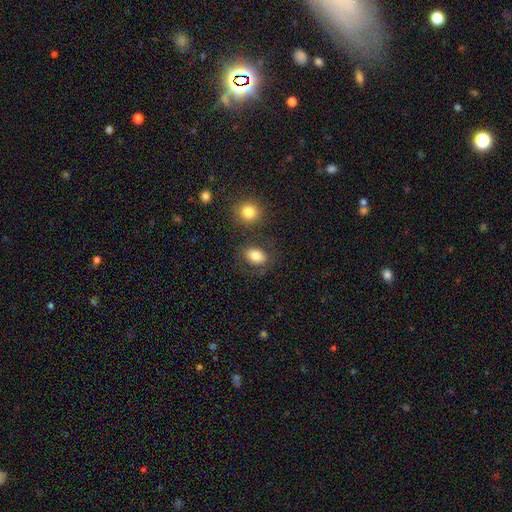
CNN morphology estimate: The model was most divided on "how rounded": in between: 76%, round: 22%, cigar-shaped: 1%. More confident: smooth or featured — smooth (82%); merging — none (73%).